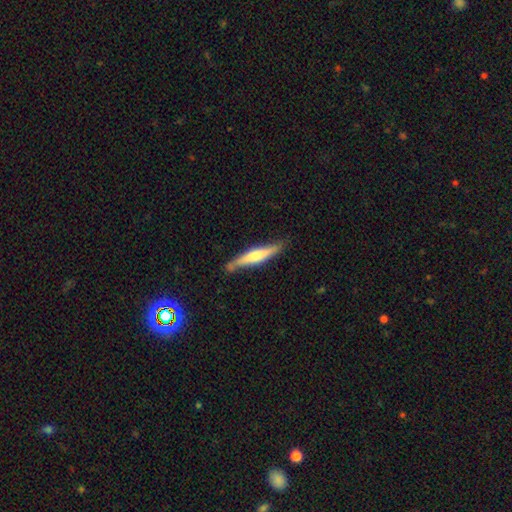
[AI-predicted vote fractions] A smooth galaxy with no disk features (53%) that is cigar-shaped (90%). Merging: none (74%).